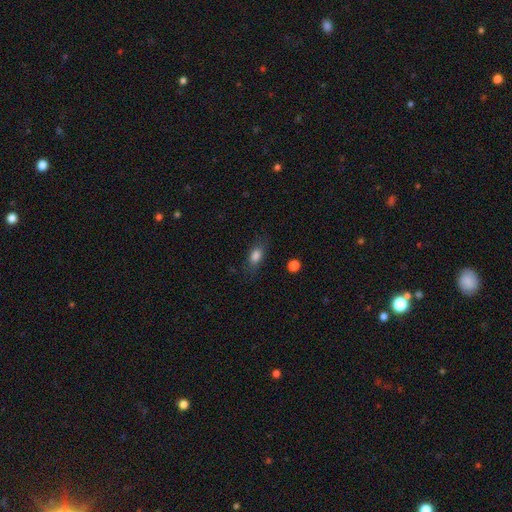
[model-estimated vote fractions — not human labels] smooth 82%, star or artifact 9%, featured or disk 9%. Down the decision tree: how rounded — in between (81%); merging — none (78%).